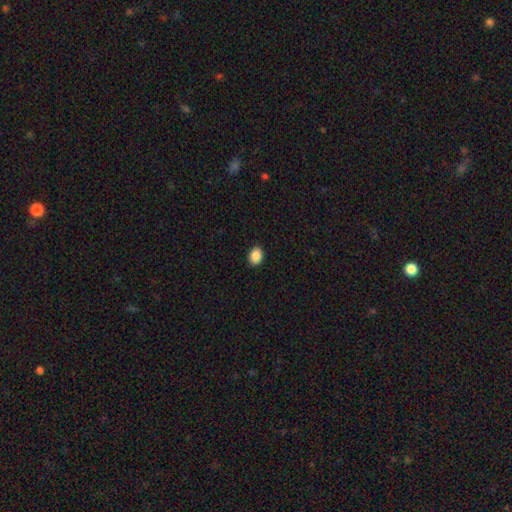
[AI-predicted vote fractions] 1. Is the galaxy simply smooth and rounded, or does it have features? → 89% smooth, 8% star or artifact, 3% featured or disk.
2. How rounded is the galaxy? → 65% in between, 34% round, 1% cigar-shaped.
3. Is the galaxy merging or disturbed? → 90% none, 8% minor disturbance, 2% major disturbance, 1% merger.